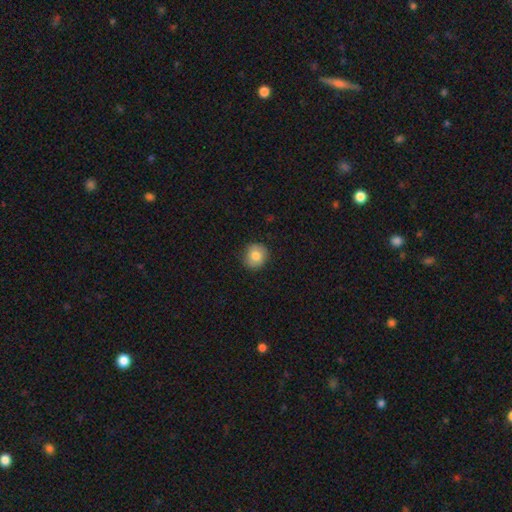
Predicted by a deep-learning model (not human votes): Morphology: type=smooth (80%); roundness=round (86%); merging=none (86%).